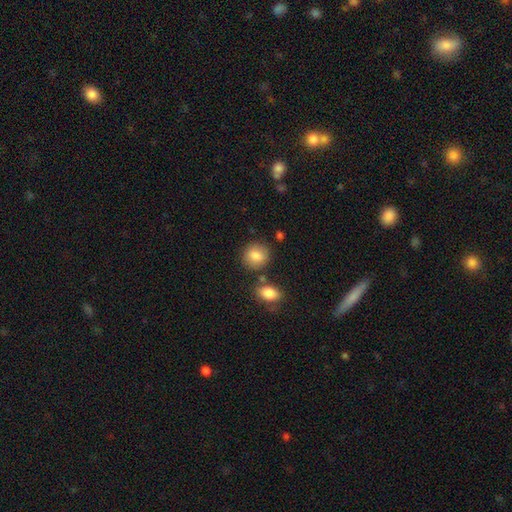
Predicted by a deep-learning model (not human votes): This appears to be a smooth galaxy with no disk features (85%) that is round (75%). Merging: none (78%).